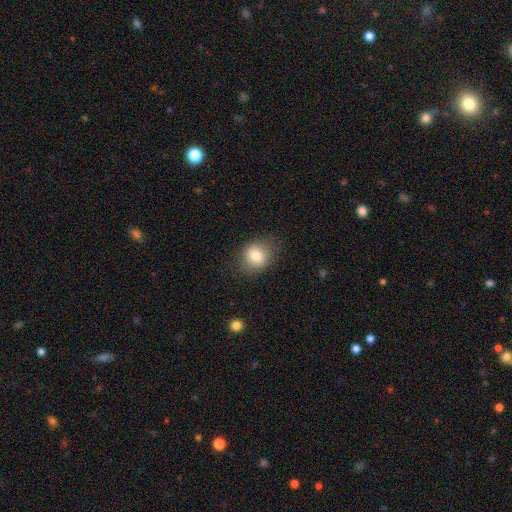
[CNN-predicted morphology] type=smooth (79%); roundness=round (60%); merging=none (80%).